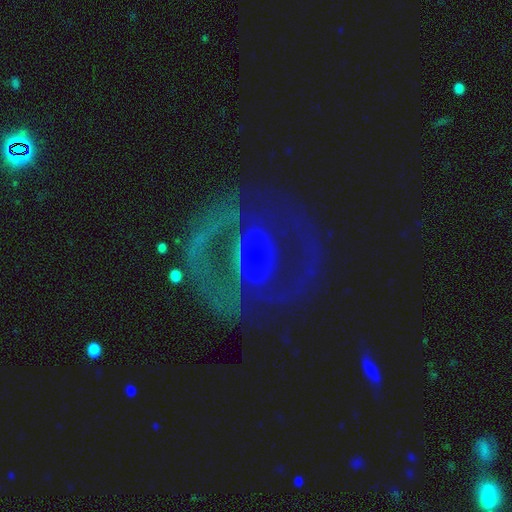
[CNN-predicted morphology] This is possibly a featured or disk galaxy (46%). Merging: likely none (68%).